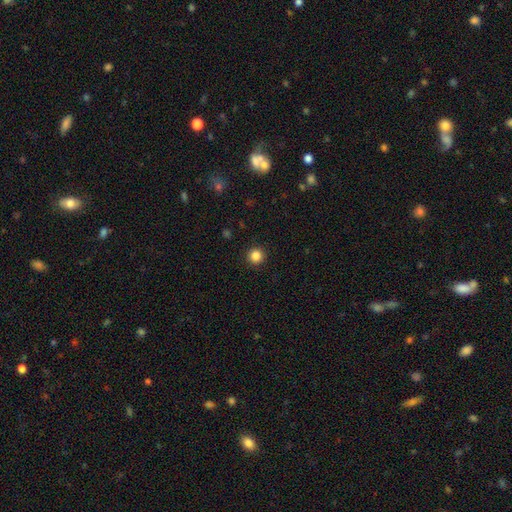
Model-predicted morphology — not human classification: smooth_or_featured: smooth (p=0.86) [alt: star or artifact p=0.11]
how_rounded: round (p=0.95) [alt: in between p=0.04]
merging: none (p=0.93) [alt: minor disturbance p=0.04]